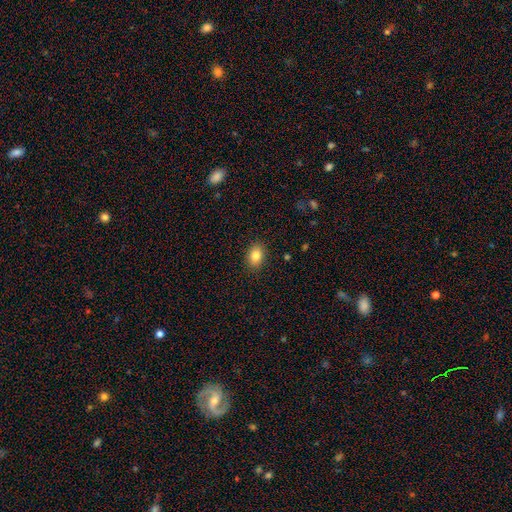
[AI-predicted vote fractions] Smooth or featured?
  - smooth: 84% *
  - star or artifact: 9%
  - featured or disk: 7%
How rounded?
  - in between: 78% *
  - round: 21%
  - cigar-shaped: 1%
Merging?
  - none: 89% *
  - minor disturbance: 8%
  - major disturbance: 2%
  - merger: 1%